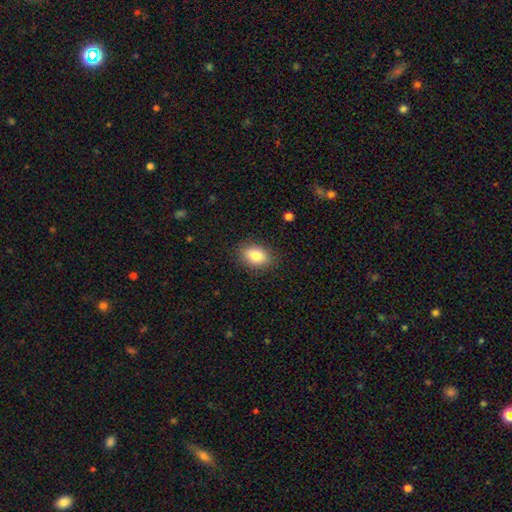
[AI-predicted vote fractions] Morphology: type=smooth (82%); roundness=in between (82%); merging=none (86%).